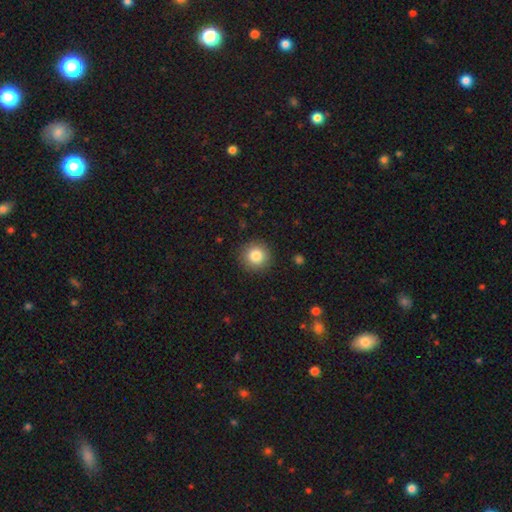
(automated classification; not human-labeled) A smooth galaxy with no disk features (84%) that is round (95%). Merging: none (91%).